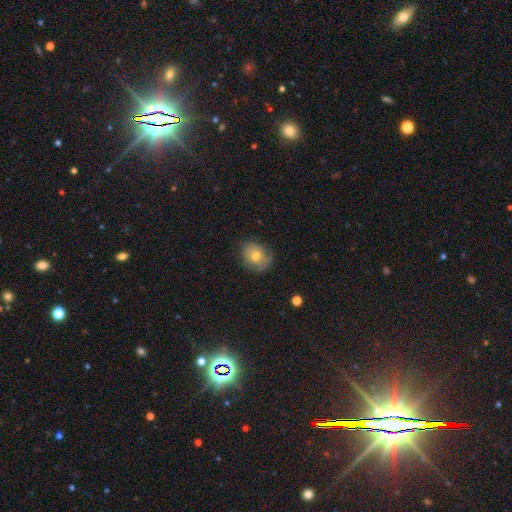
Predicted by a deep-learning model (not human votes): A smooth galaxy with no disk features (67%) that is round (57%). Merging: none (68%).